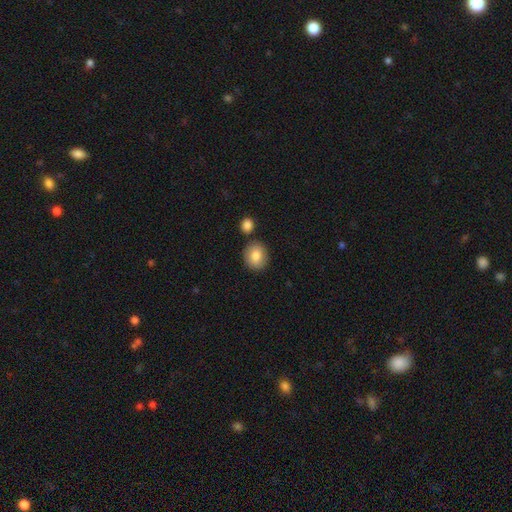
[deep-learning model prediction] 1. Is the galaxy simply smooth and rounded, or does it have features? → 84% smooth, 9% featured or disk, 7% star or artifact.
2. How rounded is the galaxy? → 76% round, 23% in between, 1% cigar-shaped.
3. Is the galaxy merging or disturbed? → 79% none, 9% minor disturbance, 9% merger, 2% major disturbance.